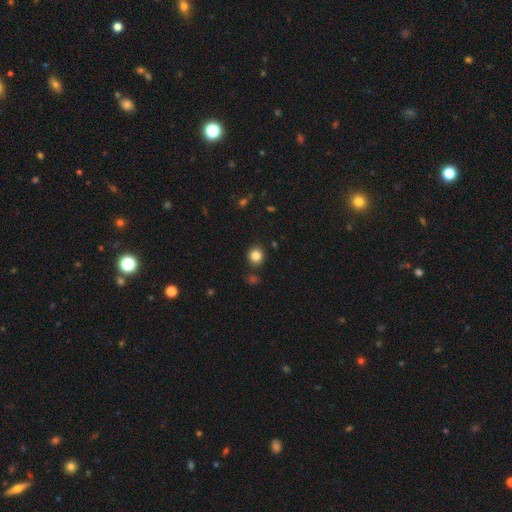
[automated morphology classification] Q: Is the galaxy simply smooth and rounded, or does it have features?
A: smooth — 84%.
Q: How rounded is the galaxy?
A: round — 86%.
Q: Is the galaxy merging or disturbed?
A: none — 86%.